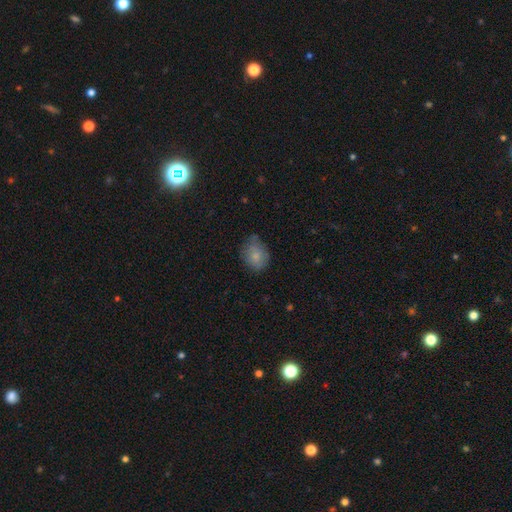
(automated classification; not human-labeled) Smooth or featured? smooth (81%)
How rounded? in between (56%)
Merging? none (63%)